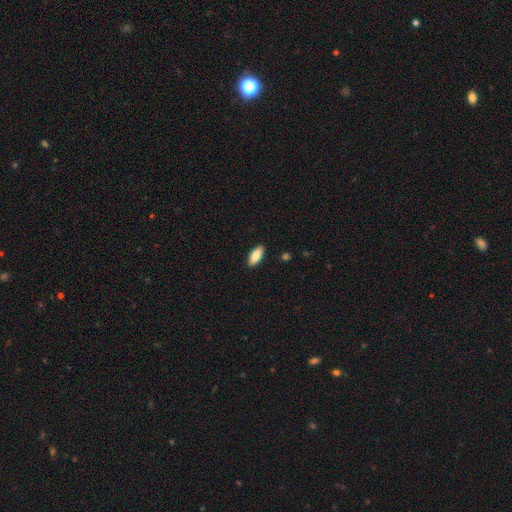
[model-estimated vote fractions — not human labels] Smooth or featured?
  - smooth: 81% *
  - featured or disk: 13%
  - star or artifact: 6%
How rounded?
  - in between: 81% *
  - cigar-shaped: 17%
  - round: 2%
Merging?
  - none: 90% *
  - minor disturbance: 7%
  - major disturbance: 2%
  - merger: 1%